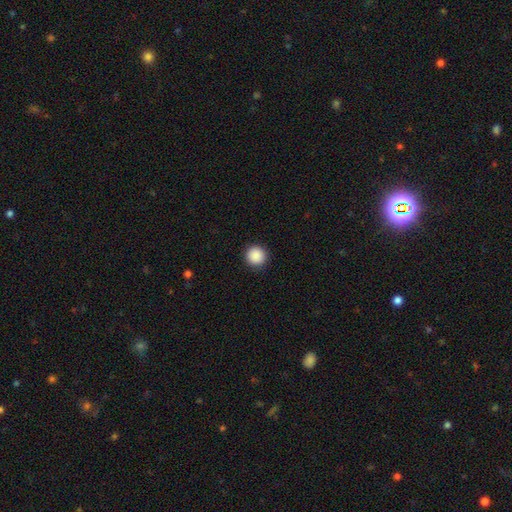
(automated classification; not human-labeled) A smooth galaxy with no disk features (89%) that is round (95%).

Vote fractions:
- Smooth or featured? smooth: 89% / star or artifact: 9% / featured or disk: 2%
- How rounded? round: 95% / in between: 4% / cigar-shaped: 1%
- Merging? none: 93% / minor disturbance: 5% / major disturbance: 2% / merger: 1%